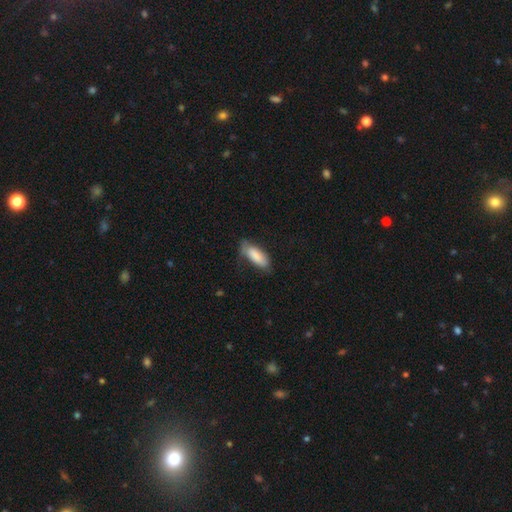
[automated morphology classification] Overall: smooth (84%). How rounded: in between (72%). Merging: none (59%; minor disturbance 30%).